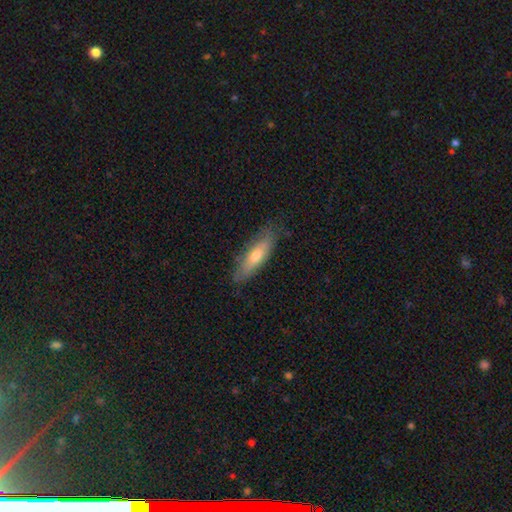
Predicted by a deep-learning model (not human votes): The model was most divided on "how rounded": cigar-shaped: 59%, in between: 39%, round: 2%. More confident: merging — none (79%); smooth or featured — smooth (60%).